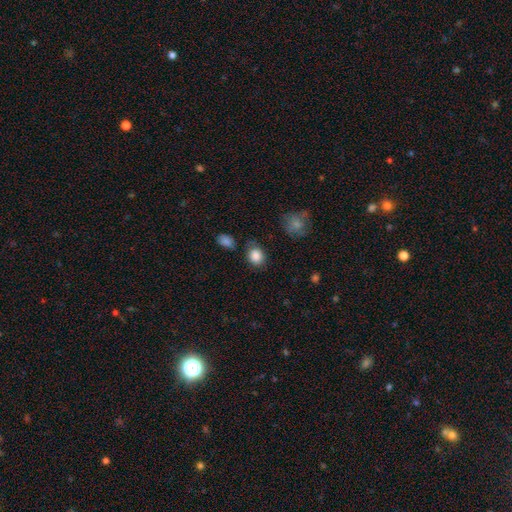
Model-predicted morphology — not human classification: A smooth galaxy with no disk features (86%) that is round (59%).

Vote fractions:
- Smooth or featured? smooth: 86% / star or artifact: 9% / featured or disk: 5%
- How rounded? round: 59% / in between: 40% / cigar-shaped: 1%
- Merging? none: 73% / minor disturbance: 18% / major disturbance: 5% / merger: 4%